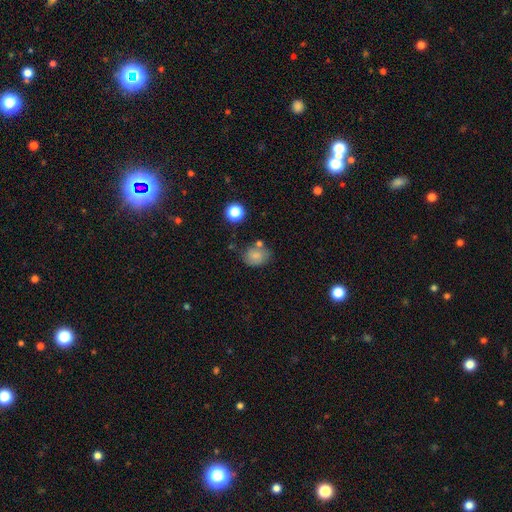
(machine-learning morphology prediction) This is likely a smooth galaxy (78%). How rounded: possibly round (52%). Merging: likely none (64%).